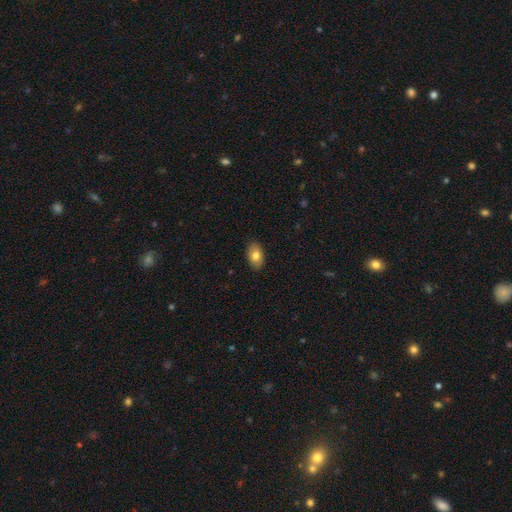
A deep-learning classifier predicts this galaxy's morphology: This appears to be a smooth galaxy with no disk features (79%) that is in between round and cigar-shaped (92%). Merging: none (89%).